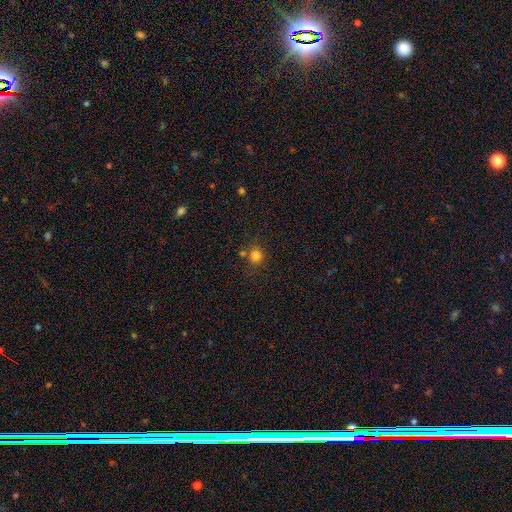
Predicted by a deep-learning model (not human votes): smooth_or_featured: smooth (p=0.81) [alt: star or artifact p=0.14]
how_rounded: round (p=0.88) [alt: in between p=0.11]
merging: none (p=0.74) [alt: merger p=0.13]